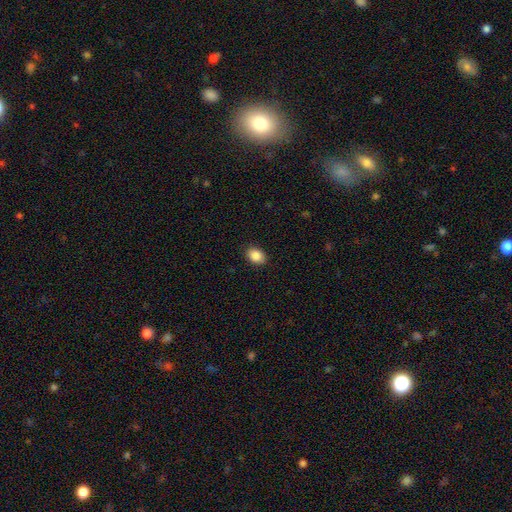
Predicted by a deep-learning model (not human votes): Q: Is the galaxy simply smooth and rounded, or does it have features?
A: smooth — 88%.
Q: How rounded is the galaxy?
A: in between — 72%.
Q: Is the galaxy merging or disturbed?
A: none — 90%.